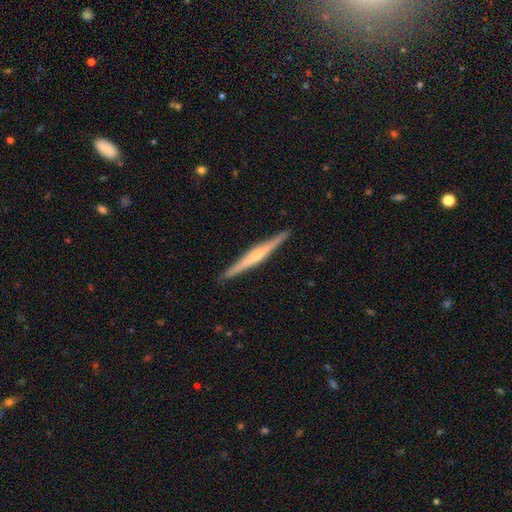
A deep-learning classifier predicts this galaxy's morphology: This is likely a featured or disk galaxy (65%). It is clearly viewed edge-on (98%). Edge-on bulge: marginally rounded (42%). Merging: clearly none (91%).